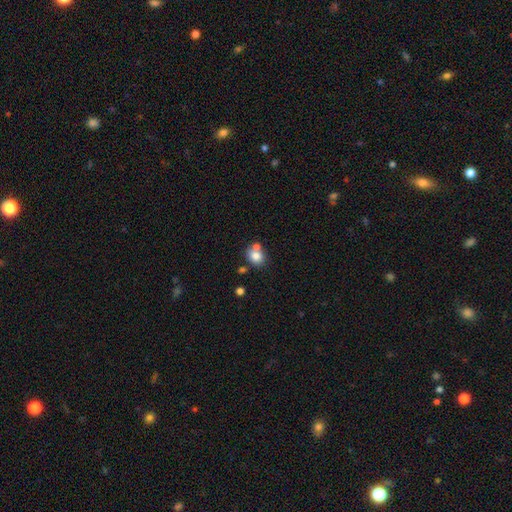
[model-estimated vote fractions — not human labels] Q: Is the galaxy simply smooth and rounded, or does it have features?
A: smooth — 80%.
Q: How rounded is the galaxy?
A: round — 65%.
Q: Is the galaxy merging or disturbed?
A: none — 54%.